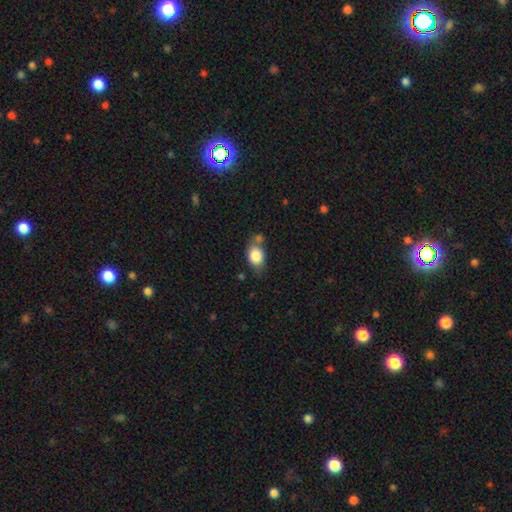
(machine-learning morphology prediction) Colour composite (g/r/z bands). It shows a smooth galaxy with no disk features (83%) that is in between round and cigar-shaped (70%). Merging: none (54%).